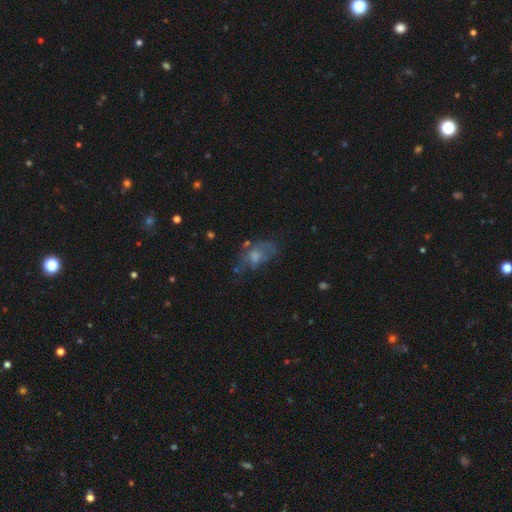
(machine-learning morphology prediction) This is possibly a smooth galaxy (53%). How rounded: clearly in between (83%). Merging: marginally none (37%).